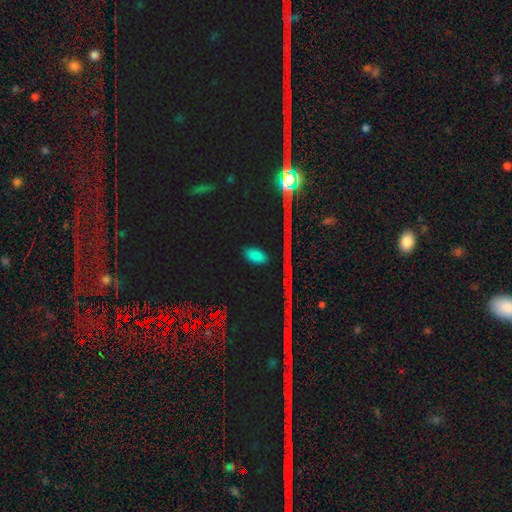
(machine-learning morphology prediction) smooth 58%, star or artifact 33%, featured or disk 8%. Down the decision tree: how rounded — in between (86%); merging — none (85%).